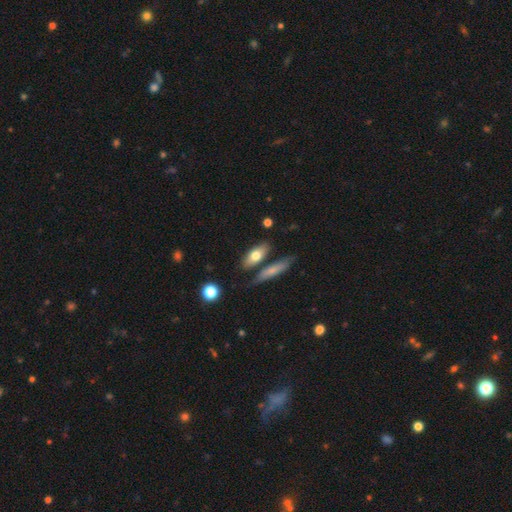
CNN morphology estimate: Smooth or featured?
  - smooth: 71% *
  - featured or disk: 22%
  - star or artifact: 6%
How rounded?
  - in between: 65% *
  - cigar-shaped: 31%
  - round: 4%
Merging?
  - none: 70% *
  - minor disturbance: 14%
  - merger: 12%
  - major disturbance: 4%